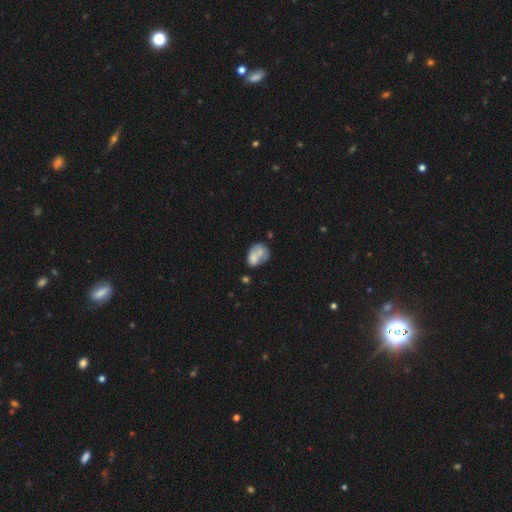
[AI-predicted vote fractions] smooth 63%, featured or disk 28%, star or artifact 9%. Down the decision tree: how rounded — in between (68%); merging — merger (43%).